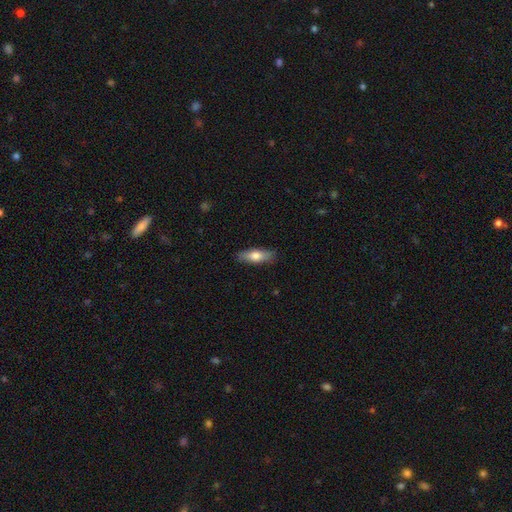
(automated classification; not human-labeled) smooth-or-featured: smooth: 70% | featured or disk: 24% | star or artifact: 6%
  how-rounded: in between: 61% | cigar-shaped: 37% | round: 3%
  merging: none: 86% | minor disturbance: 11% | major disturbance: 2% | merger: 1%